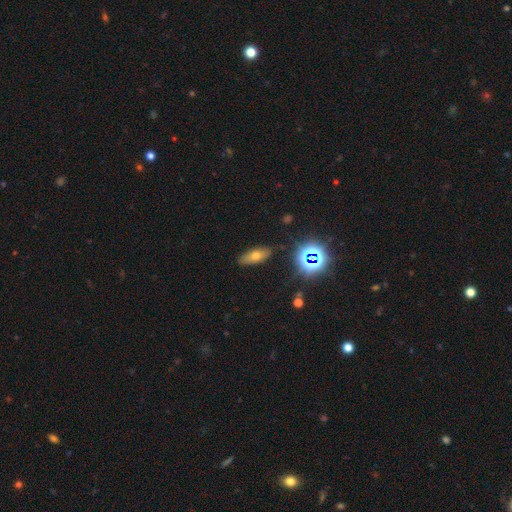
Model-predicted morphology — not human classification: A smooth galaxy with no disk features (60%) that is in between round and cigar-shaped (70%).

Vote fractions:
- Smooth or featured? smooth: 60% / featured or disk: 21% / star or artifact: 19%
- How rounded? in between: 70% / cigar-shaped: 23% / round: 6%
- Merging? none: 85% / minor disturbance: 11% / major disturbance: 3% / merger: 2%